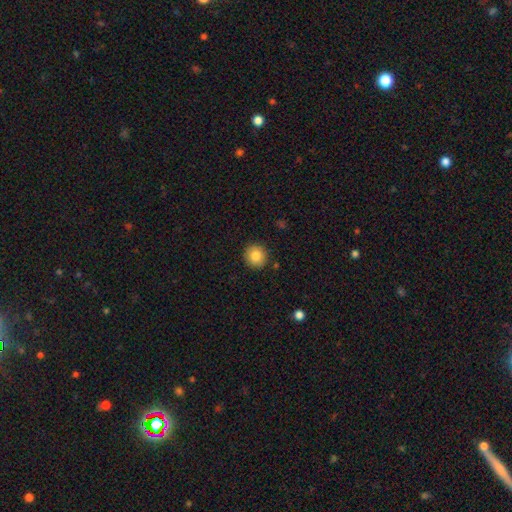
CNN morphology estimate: A smooth galaxy with no disk features (83%) that is round (92%).

Vote fractions:
- Smooth or featured? smooth: 83% / star or artifact: 9% / featured or disk: 7%
- How rounded? round: 92% / in between: 7% / cigar-shaped: 1%
- Merging? none: 91% / minor disturbance: 6% / major disturbance: 2% / merger: 1%